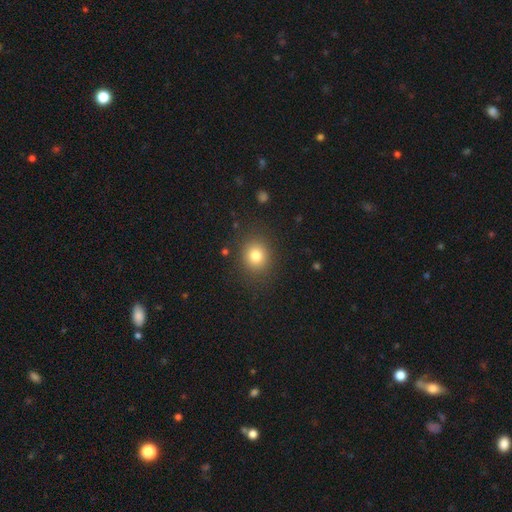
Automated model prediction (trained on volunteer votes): Smooth or featured: smooth — 80% (star or artifact — 12%)
How rounded: round — 79% (in between — 20%)
Merging: none — 86% (minor disturbance — 8%)